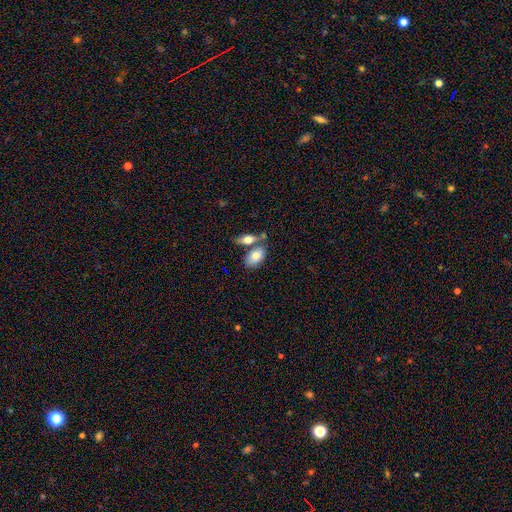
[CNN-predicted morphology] Smooth or featured: smooth — 78% (featured or disk — 16%)
How rounded: in between — 92% (round — 4%)
Merging: none — 47% (merger — 38%)